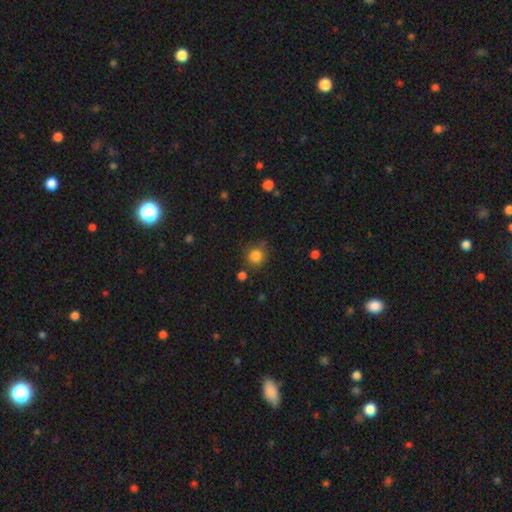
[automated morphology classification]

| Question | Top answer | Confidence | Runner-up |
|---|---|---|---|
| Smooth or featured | smooth | 84% | star or artifact (11%) |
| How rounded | round | 90% | in between (9%) |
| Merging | none | 77% | minor disturbance (13%) |